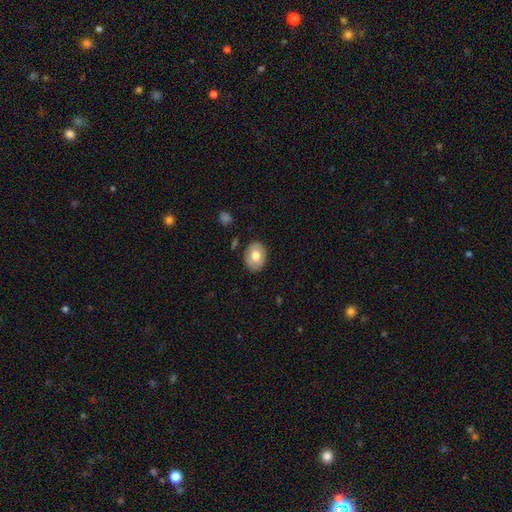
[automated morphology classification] type=smooth (68%); roundness=in between (70%); merging=none (85%).